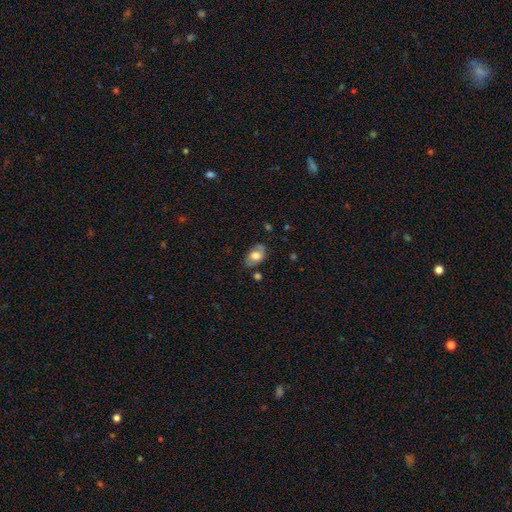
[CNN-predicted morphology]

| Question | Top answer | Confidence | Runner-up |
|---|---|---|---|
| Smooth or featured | smooth | 55% | featured or disk (37%) |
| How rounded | in between | 87% | round (12%) |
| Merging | none | 69% | minor disturbance (22%) |